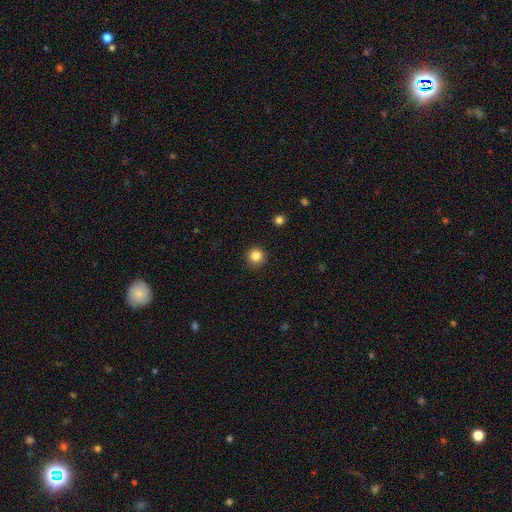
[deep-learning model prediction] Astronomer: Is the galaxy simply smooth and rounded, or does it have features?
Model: smooth — 84%.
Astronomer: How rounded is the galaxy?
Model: round — 95%.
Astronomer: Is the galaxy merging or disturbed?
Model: none — 92%.